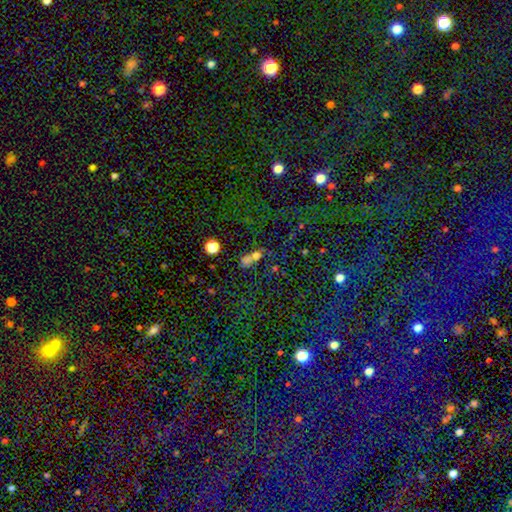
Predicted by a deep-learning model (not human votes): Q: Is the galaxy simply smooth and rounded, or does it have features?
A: smooth — 57%.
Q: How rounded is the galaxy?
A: round — 53%.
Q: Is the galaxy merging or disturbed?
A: none — 42%.